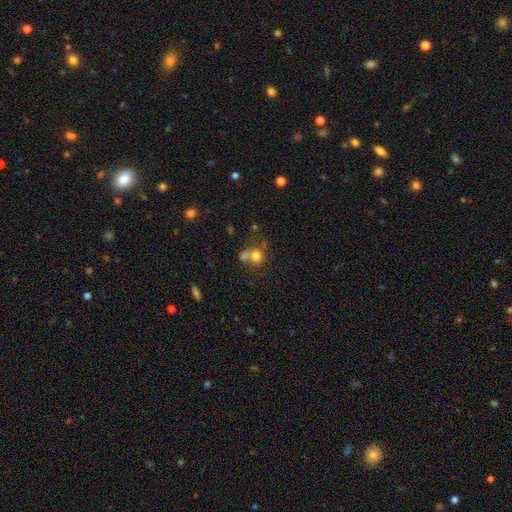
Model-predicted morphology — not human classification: smooth-or-featured: smooth: 73% | star or artifact: 14% | featured or disk: 13%
  how-rounded: round: 79% | in between: 19% | cigar-shaped: 1%
  merging: merger: 42% | none: 41% | minor disturbance: 10% | major disturbance: 7%